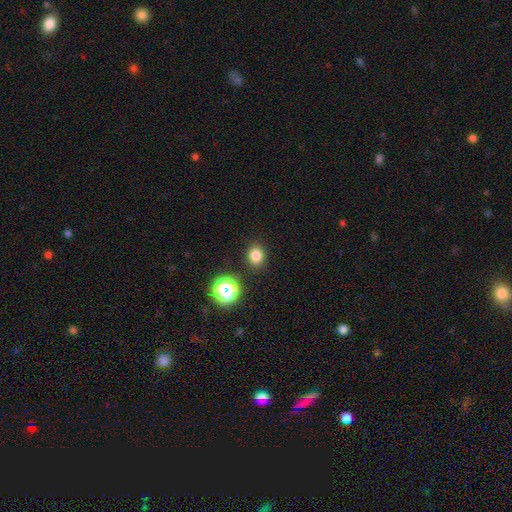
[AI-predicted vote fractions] smooth 79%, star or artifact 16%, featured or disk 5%. Down the decision tree: how rounded — round (61%); merging — none (87%).